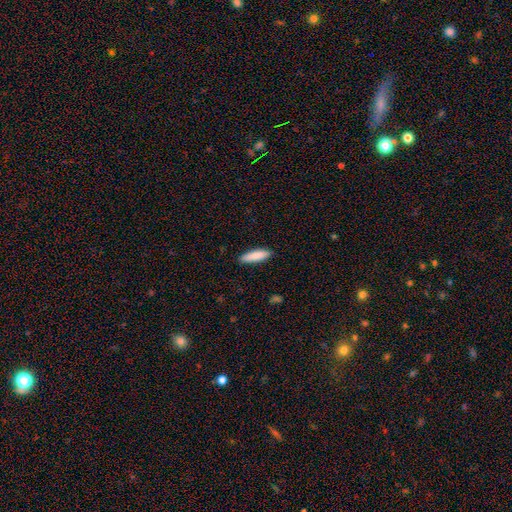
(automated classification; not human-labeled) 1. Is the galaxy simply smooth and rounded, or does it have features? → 86% smooth, 9% featured or disk, 5% star or artifact.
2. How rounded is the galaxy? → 60% cigar-shaped, 38% in between, 2% round.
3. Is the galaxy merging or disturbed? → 89% none, 8% minor disturbance, 2% major disturbance, 1% merger.